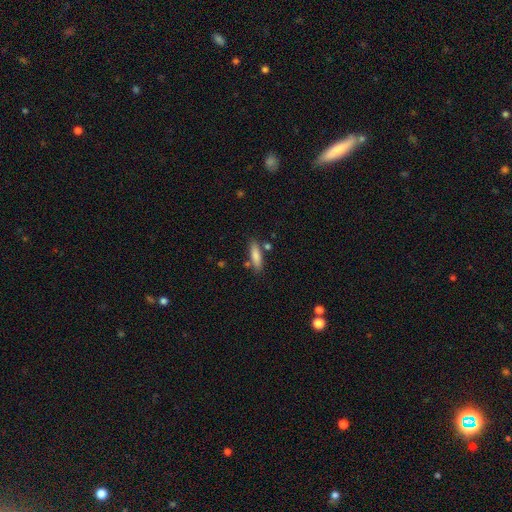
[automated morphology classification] The model was most divided on "how rounded": cigar-shaped: 65%, in between: 33%, round: 2%. More confident: smooth or featured — smooth (80%); merging — none (78%).